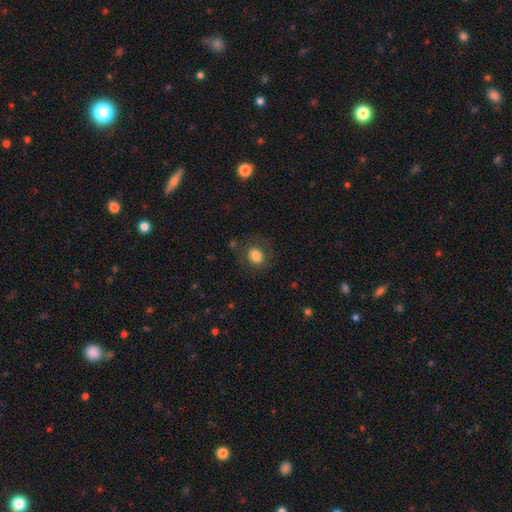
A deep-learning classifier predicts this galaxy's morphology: A smooth galaxy with no disk features (78%) that is round (61%).

Vote fractions:
- Smooth or featured? smooth: 78% / featured or disk: 12% / star or artifact: 10%
- How rounded? round: 61% / in between: 38% / cigar-shaped: 1%
- Merging? none: 77% / minor disturbance: 14% / major disturbance: 8% / merger: 2%